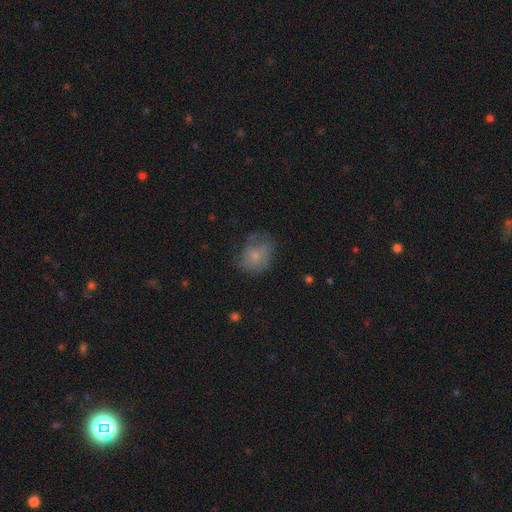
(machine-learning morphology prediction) Smooth or featured? smooth (65%)
How rounded? round (53%)
Merging? none (51%)